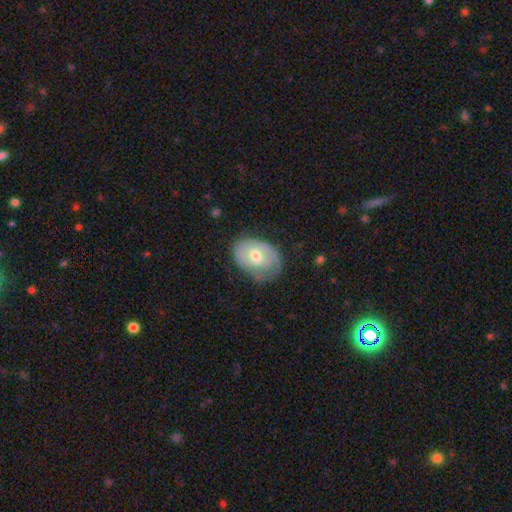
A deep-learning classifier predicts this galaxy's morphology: Overall: featured or disk (60%; smooth 33%). Edge-on disk: no (95%). Bar: no (61%; weak 32%). Spiral arms: yes (68%; no 32%). Bulge size: moderate (73%). Merging: none (60%; minor disturbance 29%).